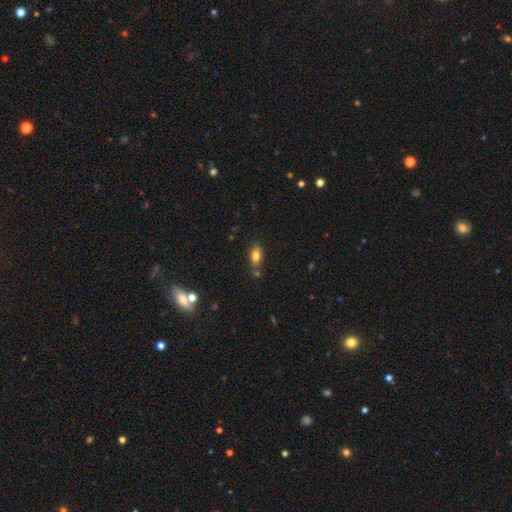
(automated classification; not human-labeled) A smooth galaxy with no disk features (79%) that is in between round and cigar-shaped (86%). Merging: none (75%).